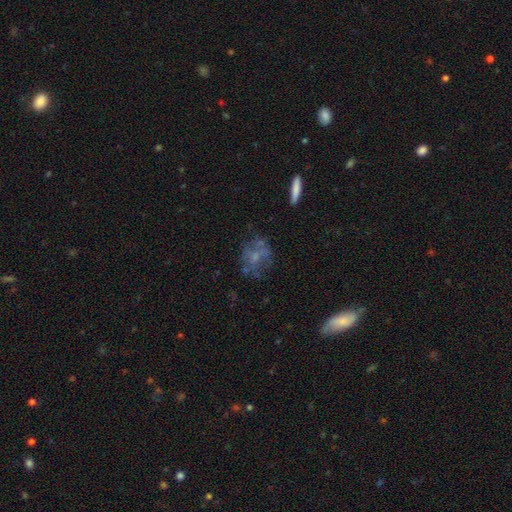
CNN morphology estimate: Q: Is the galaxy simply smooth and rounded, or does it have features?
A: featured or disk — 46%.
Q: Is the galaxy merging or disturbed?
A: none — 58%.